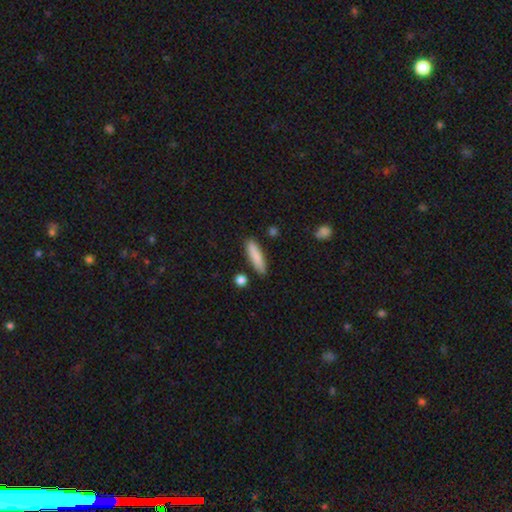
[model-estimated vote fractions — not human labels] Smooth or featured? smooth (85%)
How rounded? cigar-shaped (75%)
Merging? none (85%)